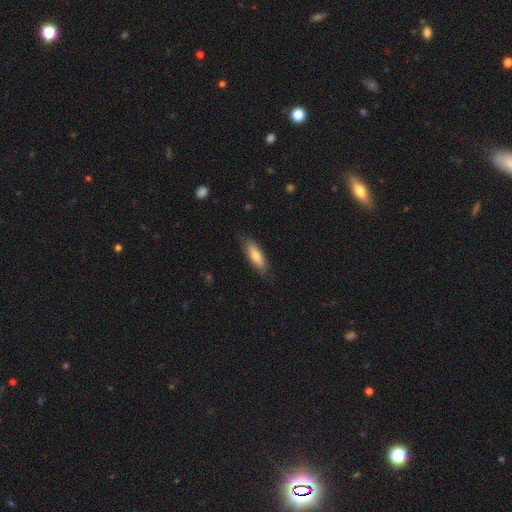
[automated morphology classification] Q: Smooth or featured?
A: smooth (73%); runner-up: featured or disk (21%)
Q: How rounded?
A: in between (53%); runner-up: cigar-shaped (45%)
Q: Merging?
A: none (81%); runner-up: minor disturbance (15%)